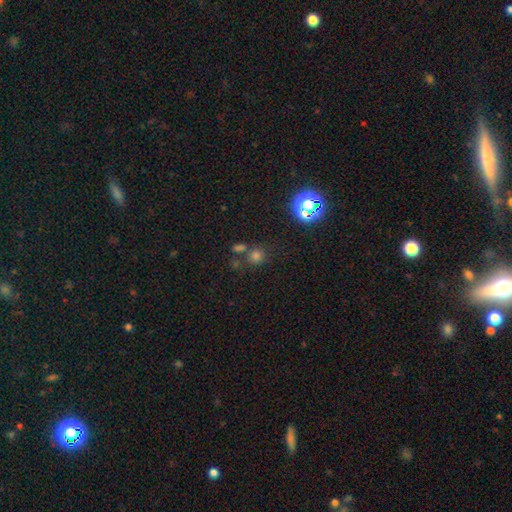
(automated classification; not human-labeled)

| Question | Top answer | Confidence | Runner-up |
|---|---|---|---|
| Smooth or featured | smooth | 59% | star or artifact (34%) |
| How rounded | round | 88% | in between (11%) |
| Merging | none | 65% | merger (22%) |